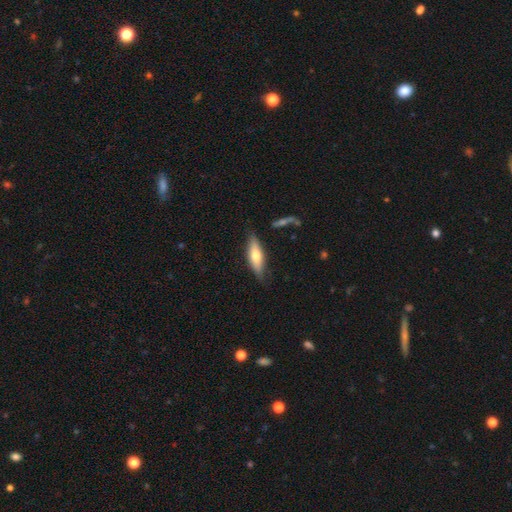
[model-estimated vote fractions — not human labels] The model was most divided on "how rounded": cigar-shaped: 52%, in between: 46%, round: 2%. More confident: merging — none (78%); smooth or featured — smooth (63%).